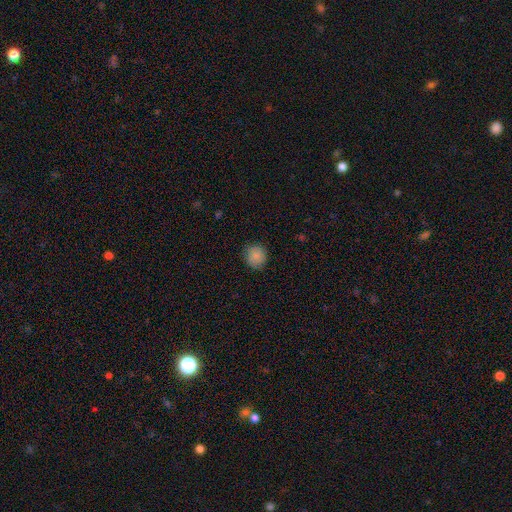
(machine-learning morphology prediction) type=smooth (86%); roundness=round (87%); merging=none (85%).